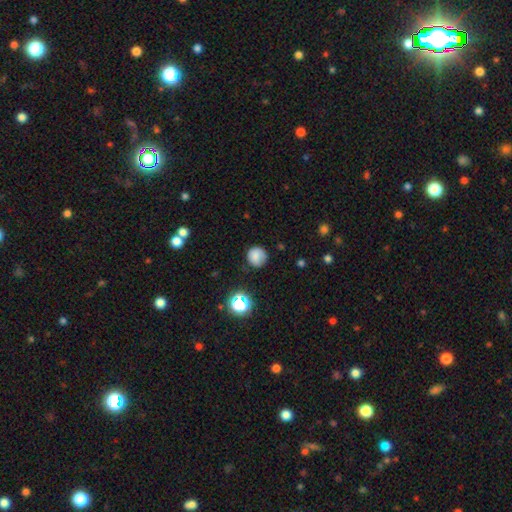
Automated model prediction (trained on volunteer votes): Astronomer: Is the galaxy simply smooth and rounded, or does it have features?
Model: smooth — 75%.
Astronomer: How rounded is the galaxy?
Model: round — 90%.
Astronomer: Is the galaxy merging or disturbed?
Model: none — 74%.